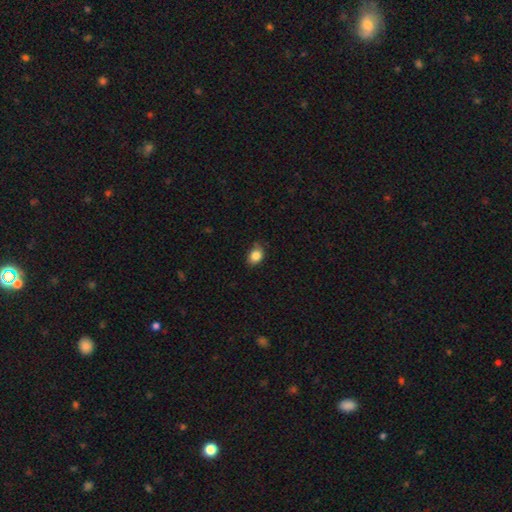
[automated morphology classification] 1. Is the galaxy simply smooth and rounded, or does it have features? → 85% smooth, 9% star or artifact, 6% featured or disk.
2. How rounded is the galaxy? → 64% in between, 35% round, 1% cigar-shaped.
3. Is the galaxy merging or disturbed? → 72% none, 23% minor disturbance, 4% major disturbance, 1% merger.